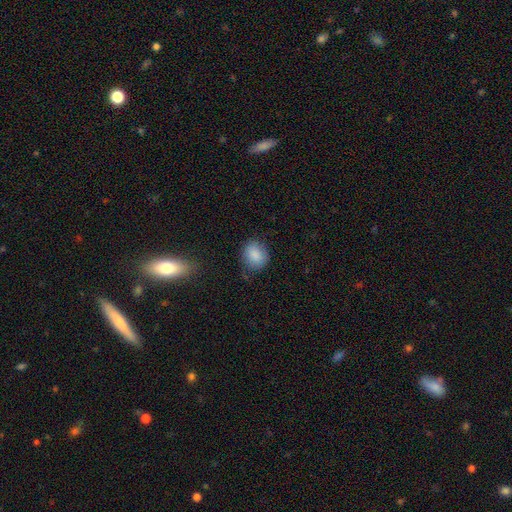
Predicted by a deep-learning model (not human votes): Morphology: type=smooth (87%); roundness=round (66%); merging=none (76%).